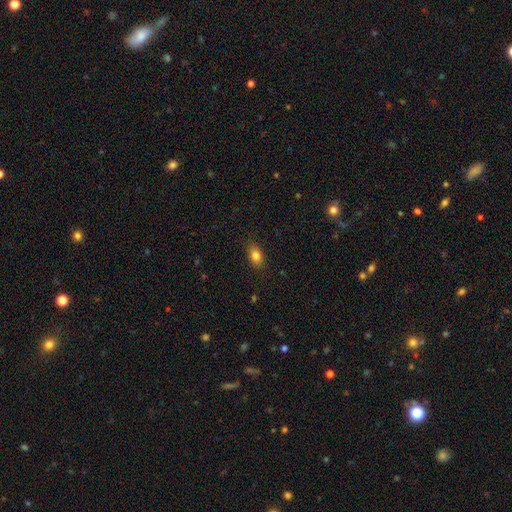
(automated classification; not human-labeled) Smooth or featured: smooth — 83% (star or artifact — 10%)
How rounded: in between — 84% (round — 13%)
Merging: none — 85% (minor disturbance — 11%)